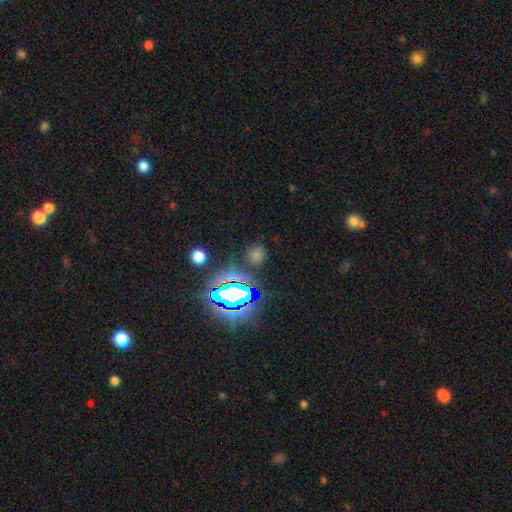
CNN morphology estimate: smooth-or-featured: star or artifact: 52% | smooth: 39% | featured or disk: 9%